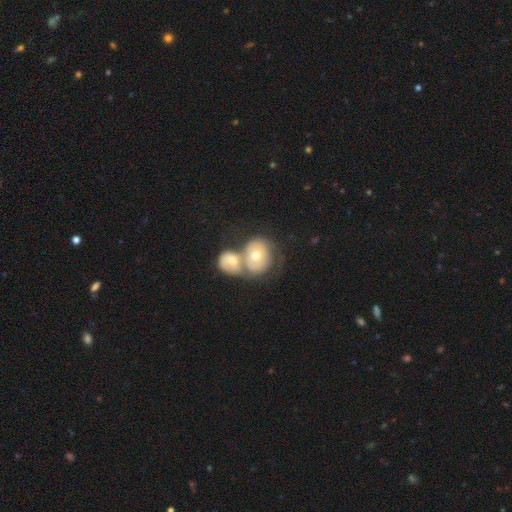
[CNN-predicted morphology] This appears to be a smooth galaxy with no disk features (48%). Merging: merger (64%).